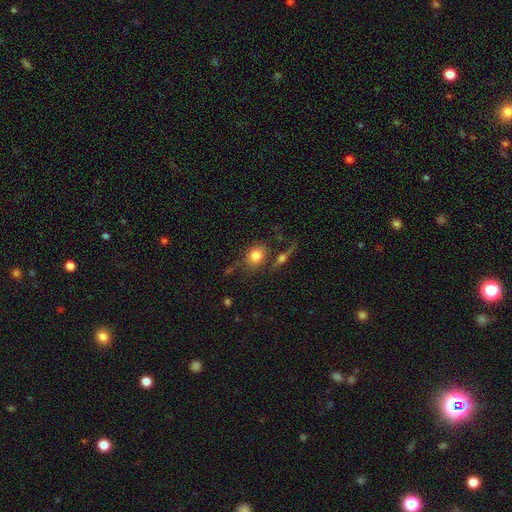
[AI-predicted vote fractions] Overall: smooth (80%). How rounded: round (57%; in between 41%). Merging: none (68%).